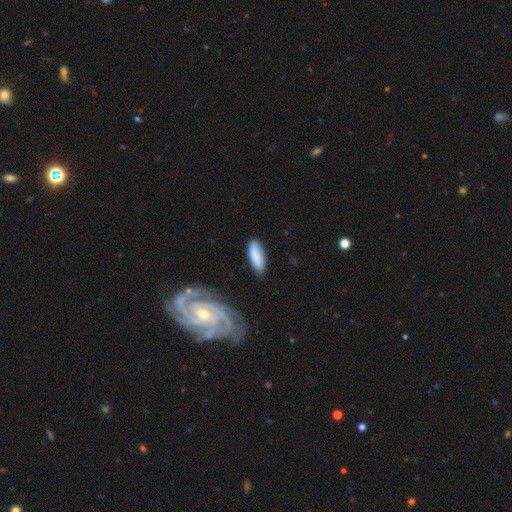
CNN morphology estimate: The model was most divided on "how rounded": in between: 67%, cigar-shaped: 32%, round: 2%. More confident: smooth or featured — smooth (81%); merging — none (77%).